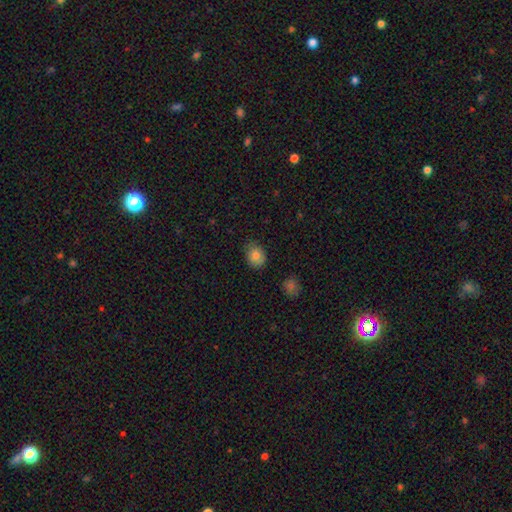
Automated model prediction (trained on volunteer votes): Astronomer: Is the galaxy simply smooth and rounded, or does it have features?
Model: smooth — 82%.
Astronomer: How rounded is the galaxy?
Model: round — 59% (runner-up: in between, 40%).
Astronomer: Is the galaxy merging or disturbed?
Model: none — 77%.